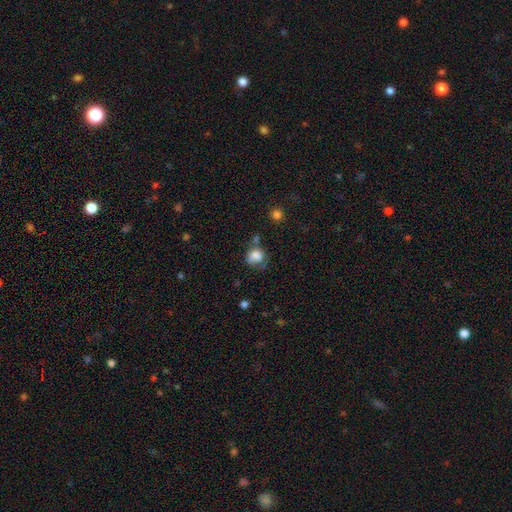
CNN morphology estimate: Smooth or featured?
  - smooth: 76% *
  - featured or disk: 13%
  - star or artifact: 11%
How rounded?
  - round: 66% *
  - in between: 33%
  - cigar-shaped: 1%
Merging?
  - none: 41% *
  - minor disturbance: 27%
  - major disturbance: 18%
  - merger: 14%